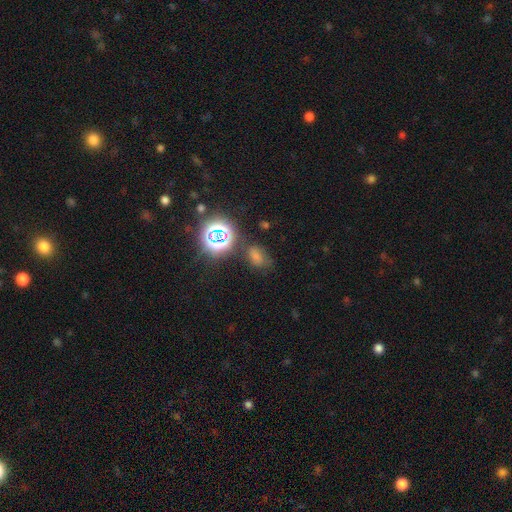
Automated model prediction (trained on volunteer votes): The model was most divided on "smooth or featured": star or artifact: 50%, smooth: 38%, featured or disk: 12%.